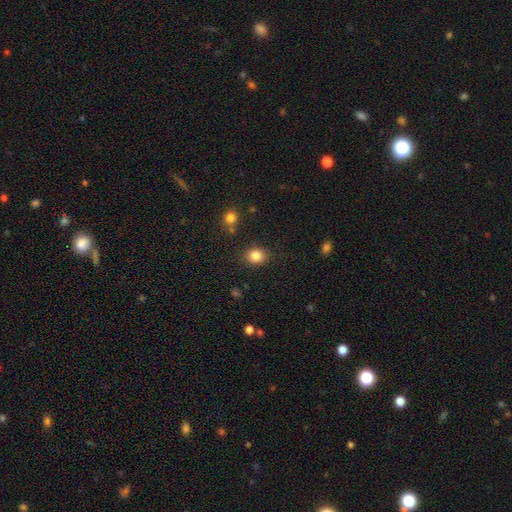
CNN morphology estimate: smooth-or-featured: smooth: 84% | star or artifact: 11% | featured or disk: 5%
  how-rounded: round: 68% | in between: 31% | cigar-shaped: 1%
  merging: none: 86% | minor disturbance: 9% | major disturbance: 3% | merger: 2%